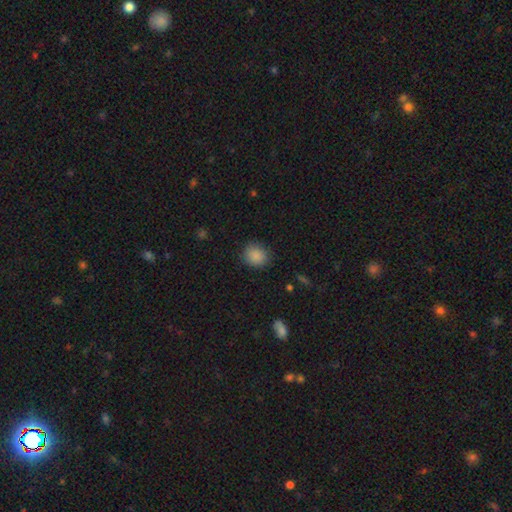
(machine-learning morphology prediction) This appears to be a smooth galaxy with no disk features (87%) that is round (74%). Merging: none (84%).